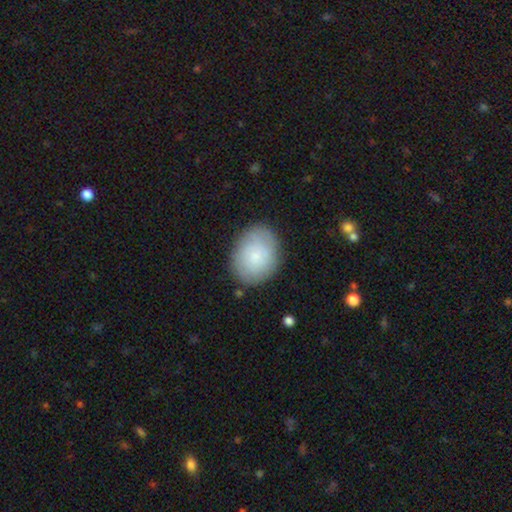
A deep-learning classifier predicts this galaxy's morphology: This appears to be a smooth galaxy with no disk features (74%) that is in between round and cigar-shaped (60%). Merging: none (79%).